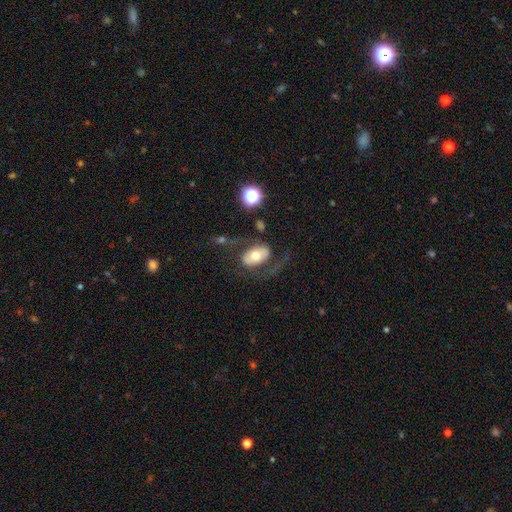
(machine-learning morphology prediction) smooth_or_featured: featured or disk (p=0.53) [alt: smooth p=0.39]
disk_edge_on: no (p=0.92) [alt: yes p=0.08]
merging: none (p=0.56) [alt: major disturbance p=0.25]